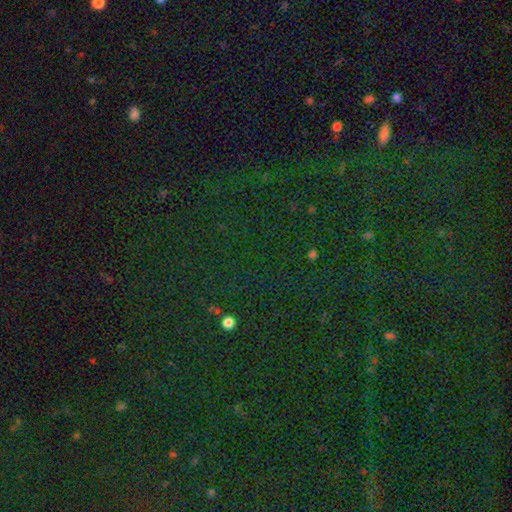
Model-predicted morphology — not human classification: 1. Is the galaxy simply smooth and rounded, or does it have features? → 80% star or artifact, 12% smooth, 7% featured or disk.